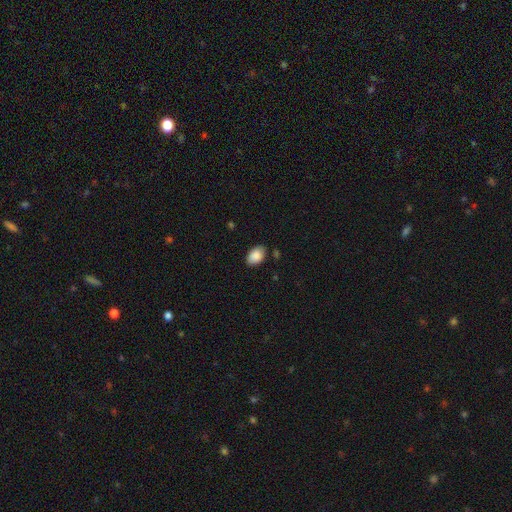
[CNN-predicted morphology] Smooth or featured? smooth (88%)
How rounded? in between (87%)
Merging? none (82%)